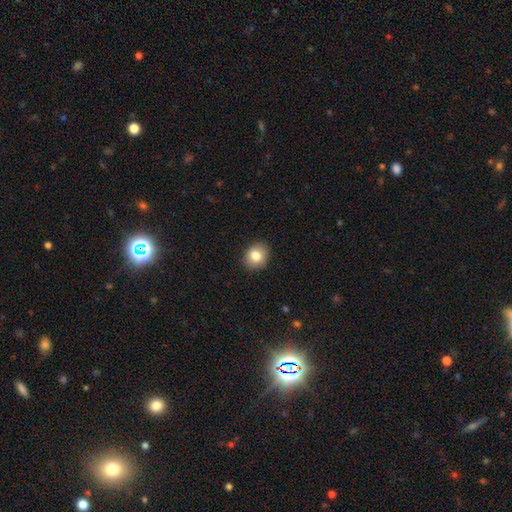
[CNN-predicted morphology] The model was most divided on "how rounded": round: 61%, in between: 38%, cigar-shaped: 1%. More confident: merging — none (89%); smooth or featured — smooth (82%).